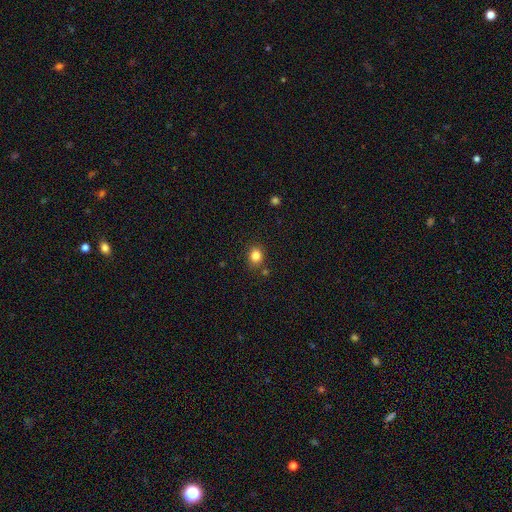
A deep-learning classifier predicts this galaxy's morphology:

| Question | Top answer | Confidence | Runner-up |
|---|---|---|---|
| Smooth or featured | smooth | 83% | star or artifact (12%) |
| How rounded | round | 70% | in between (29%) |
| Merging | none | 82% | minor disturbance (11%) |